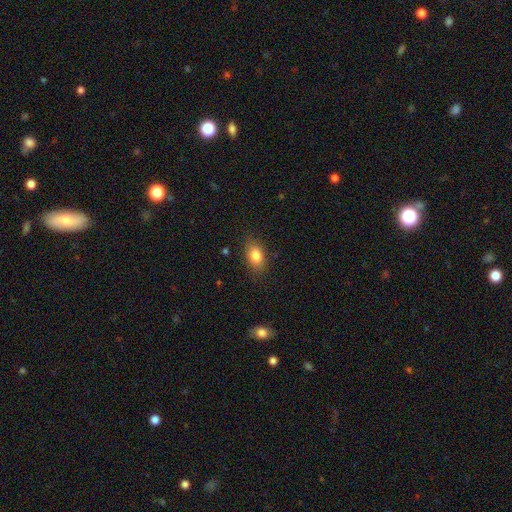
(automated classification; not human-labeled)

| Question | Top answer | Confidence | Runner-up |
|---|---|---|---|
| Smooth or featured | smooth | 82% | star or artifact (9%) |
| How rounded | in between | 82% | round (16%) |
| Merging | none | 83% | minor disturbance (13%) |